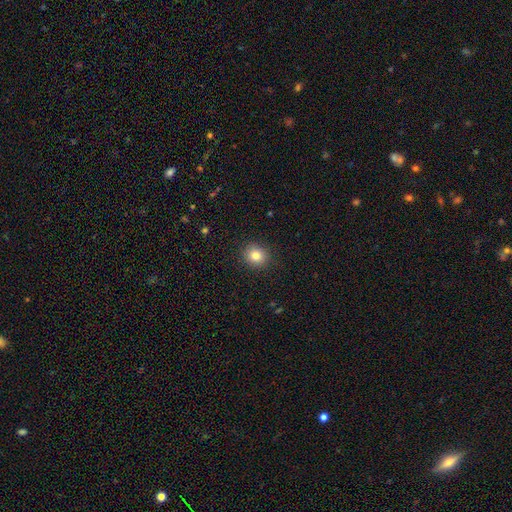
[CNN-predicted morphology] Smooth or featured? Predicted: smooth (p=0.82). How rounded? Predicted: round (p=0.80). Merging? Predicted: none (p=0.91).